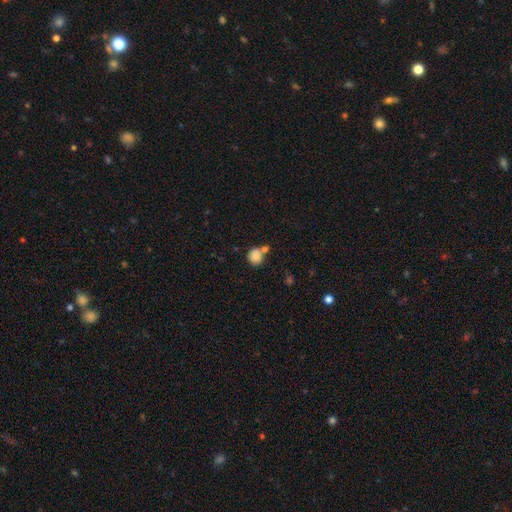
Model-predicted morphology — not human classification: Smooth or featured: smooth — 85% (star or artifact — 10%)
How rounded: round — 84% (in between — 15%)
Merging: none — 50% (merger — 33%)